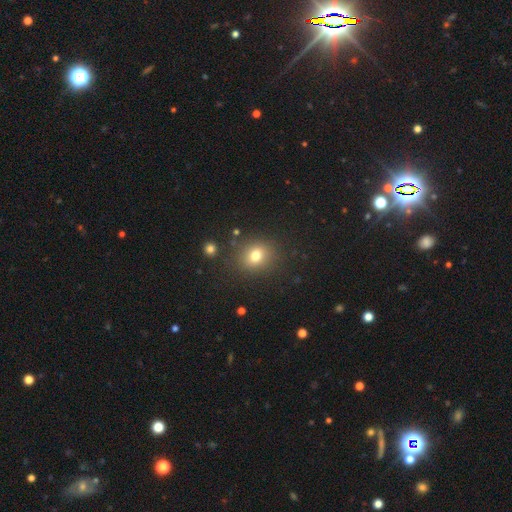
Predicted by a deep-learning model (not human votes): smooth-or-featured: smooth: 75% | star or artifact: 15% | featured or disk: 10%
  how-rounded: round: 71% | in between: 28% | cigar-shaped: 1%
  merging: none: 85% | minor disturbance: 9% | major disturbance: 4% | merger: 2%